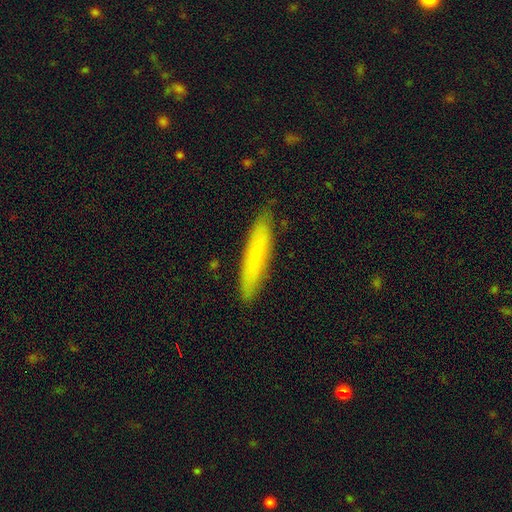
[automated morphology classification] A smooth galaxy with no disk features (63%) that is cigar-shaped (87%).

Vote fractions:
- Smooth or featured? smooth: 63% / featured or disk: 31% / star or artifact: 6%
- How rounded? cigar-shaped: 87% / in between: 12% / round: 1%
- Merging? none: 85% / minor disturbance: 12% / major disturbance: 2% / merger: 1%